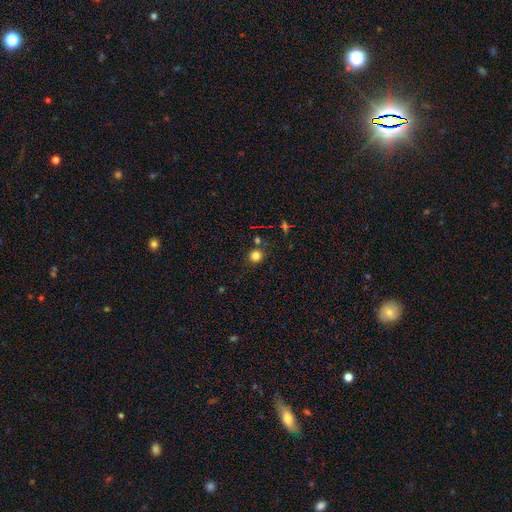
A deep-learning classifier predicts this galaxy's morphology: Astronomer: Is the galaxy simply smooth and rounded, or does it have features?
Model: smooth — 81%.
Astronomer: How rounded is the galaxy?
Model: round — 92%.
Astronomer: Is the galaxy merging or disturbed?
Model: none — 82%.